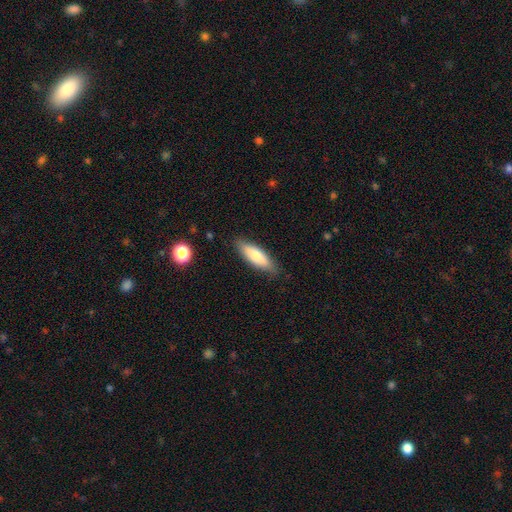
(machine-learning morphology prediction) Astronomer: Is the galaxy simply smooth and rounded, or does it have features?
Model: smooth — 72%.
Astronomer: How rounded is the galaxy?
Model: in between — 53% (runner-up: cigar-shaped, 45%).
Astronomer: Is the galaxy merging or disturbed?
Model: none — 83%.